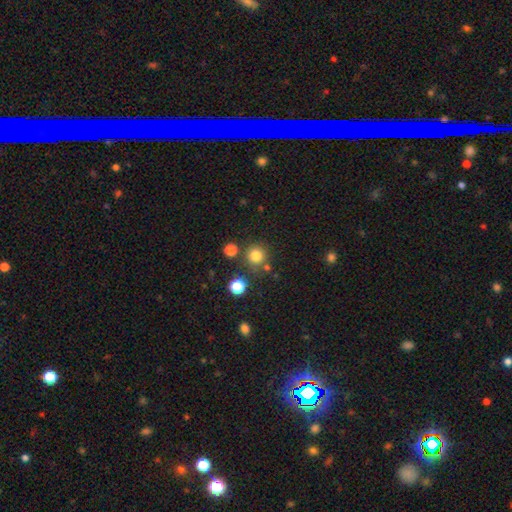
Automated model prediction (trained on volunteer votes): A smooth galaxy with no disk features (80%) that is round (93%). Merging: none (79%).